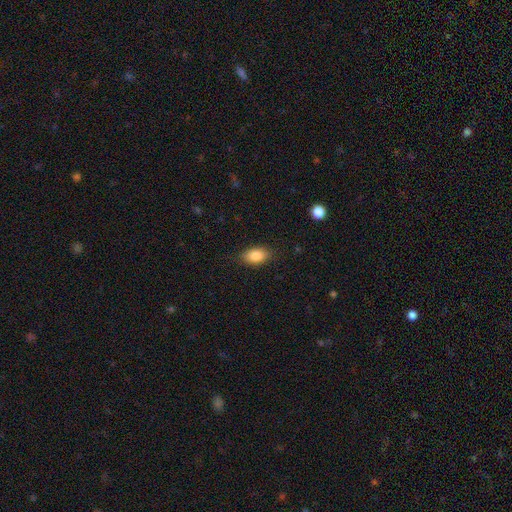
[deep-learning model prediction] smooth_or_featured: smooth (p=0.86) [alt: star or artifact p=0.08]
how_rounded: in between (p=0.90) [alt: round p=0.07]
merging: none (p=0.85) [alt: minor disturbance p=0.11]